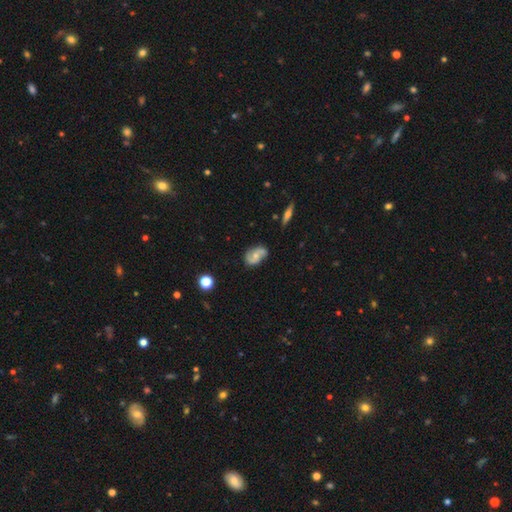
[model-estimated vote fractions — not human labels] A featured or disk galaxy (71%) with no bar (59%), 2 (88%) medium (43%) spiral arms (92%) and a moderate central bulge (49%). Merging: none (73%).